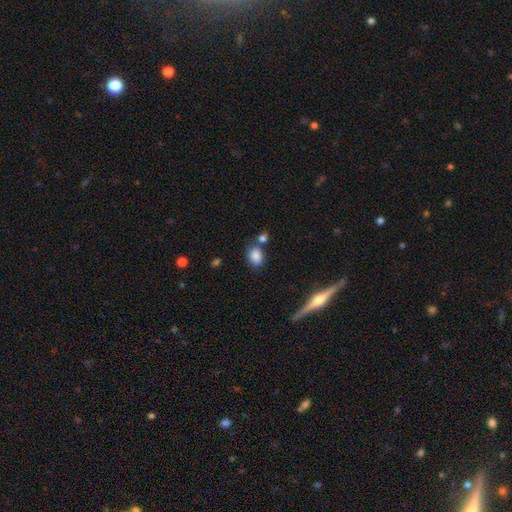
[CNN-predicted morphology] A smooth galaxy with no disk features (85%) that is in between round and cigar-shaped (69%).

Vote fractions:
- Smooth or featured? smooth: 85% / star or artifact: 9% / featured or disk: 6%
- How rounded? in between: 69% / round: 29% / cigar-shaped: 2%
- Merging? none: 63% / merger: 16% / minor disturbance: 15% / major disturbance: 5%